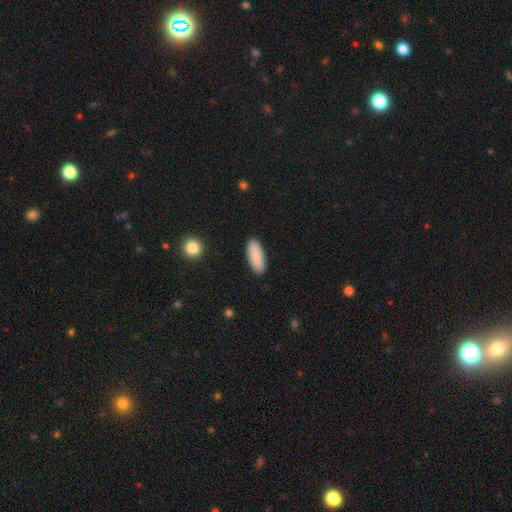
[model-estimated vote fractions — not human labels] Smooth or featured?
  - smooth: 90% *
  - star or artifact: 6%
  - featured or disk: 5%
How rounded?
  - in between: 72% *
  - cigar-shaped: 26%
  - round: 2%
Merging?
  - none: 90% *
  - minor disturbance: 7%
  - major disturbance: 2%
  - merger: 1%